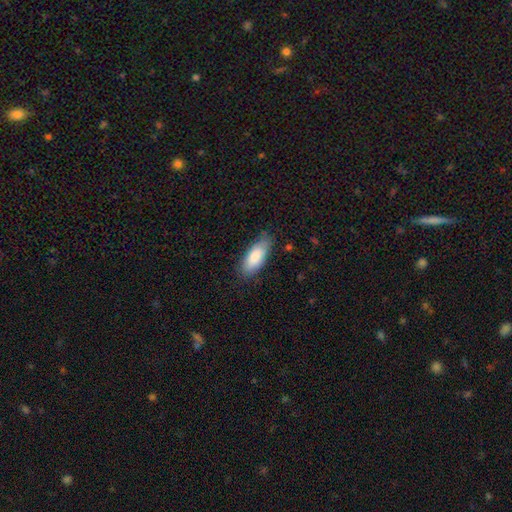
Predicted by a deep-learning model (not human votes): Morphology: type=smooth (81%); roundness=in between (79%); merging=none (77%).